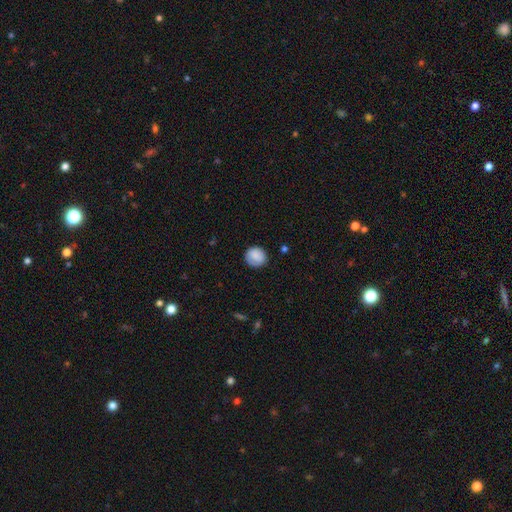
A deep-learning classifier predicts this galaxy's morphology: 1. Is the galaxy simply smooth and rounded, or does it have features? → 86% smooth, 7% star or artifact, 7% featured or disk.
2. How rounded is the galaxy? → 87% round, 12% in between, 1% cigar-shaped.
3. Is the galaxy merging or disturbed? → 82% none, 14% minor disturbance, 3% major disturbance, 1% merger.